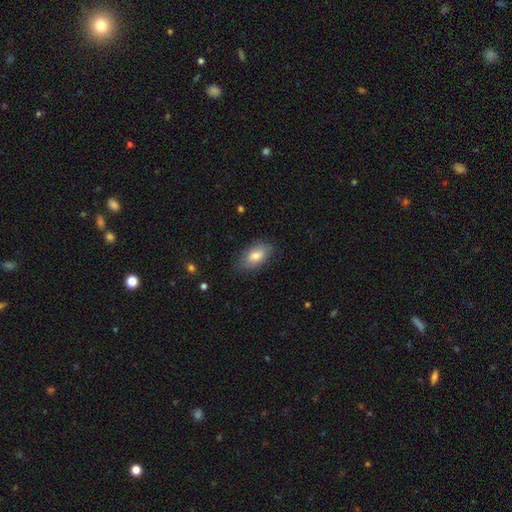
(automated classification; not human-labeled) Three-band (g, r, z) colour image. It shows a smooth galaxy with no disk features (75%) that is in between round and cigar-shaped (91%). Merging: none (79%).